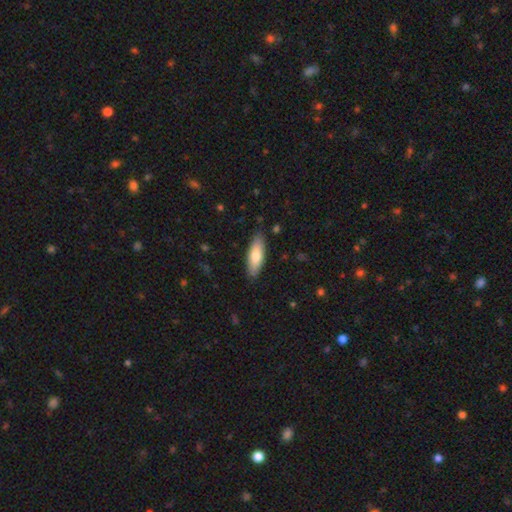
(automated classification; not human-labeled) smooth 75%, featured or disk 19%, star or artifact 5%. Down the decision tree: how rounded — in between (55%); merging — none (87%).